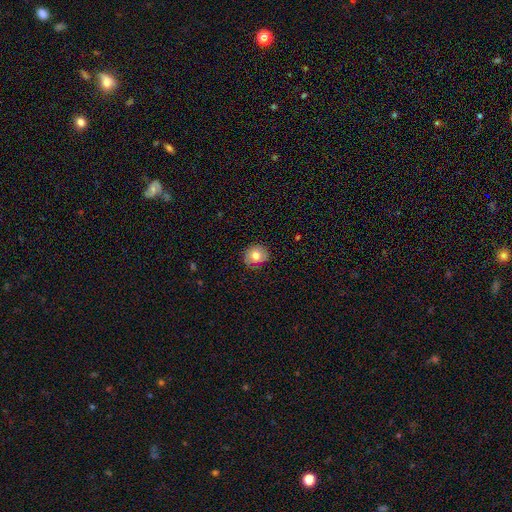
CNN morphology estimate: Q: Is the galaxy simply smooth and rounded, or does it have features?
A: smooth — 72%.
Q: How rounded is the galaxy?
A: round — 75%.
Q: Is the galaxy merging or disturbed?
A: none — 79%.